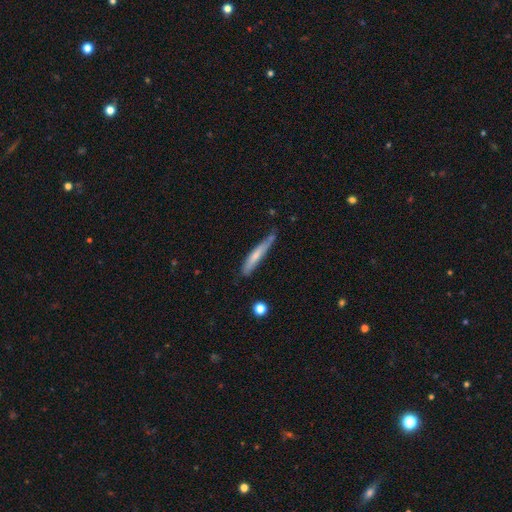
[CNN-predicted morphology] This appears to be a smooth galaxy with no disk features (62%) that is cigar-shaped (92%). Merging: none (58%).